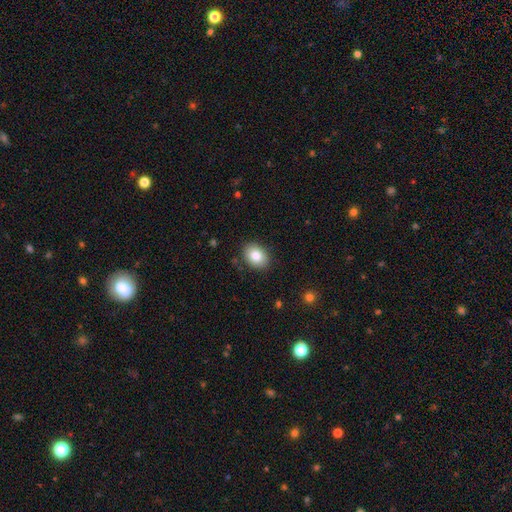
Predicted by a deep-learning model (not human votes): Overall: smooth (84%). How rounded: in between (72%). Merging: none (87%).